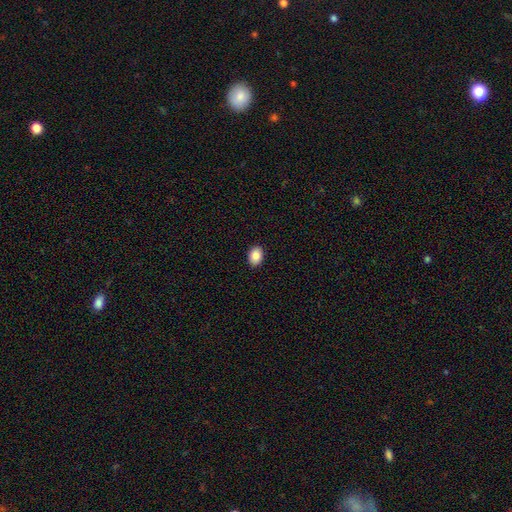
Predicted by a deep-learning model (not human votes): smooth 87%, star or artifact 8%, featured or disk 5%. Down the decision tree: how rounded — in between (72%); merging — none (91%).